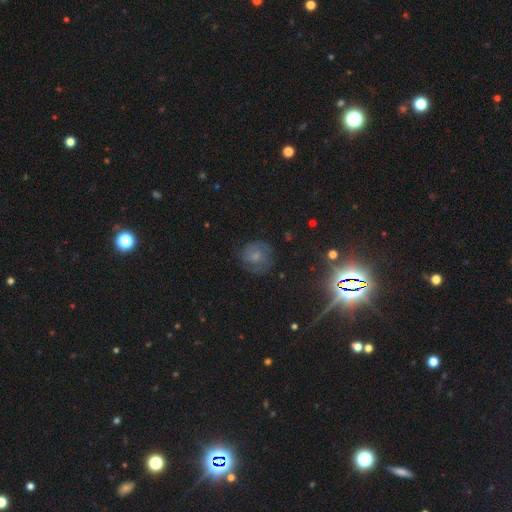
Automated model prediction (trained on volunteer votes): Smooth or featured: smooth — 48% (featured or disk — 37%)
Merging: none — 74% (minor disturbance — 17%)